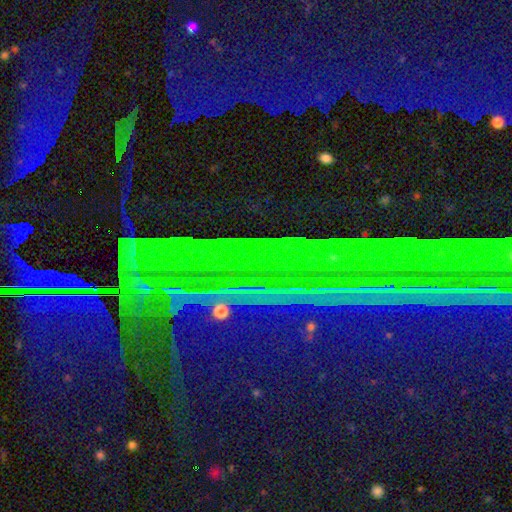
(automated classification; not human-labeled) Smooth or featured: star or artifact — 84% (featured or disk — 9%)